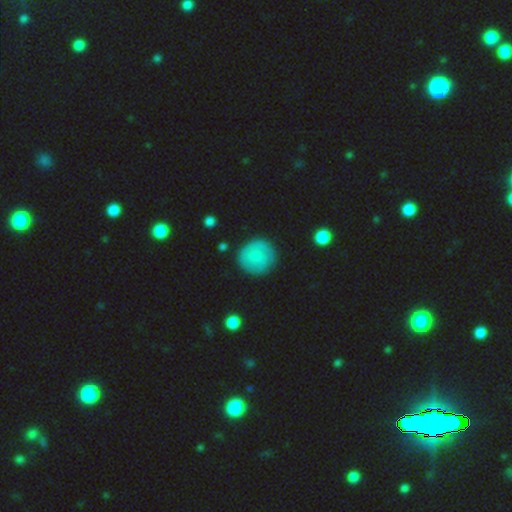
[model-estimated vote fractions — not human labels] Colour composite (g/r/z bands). It shows a smooth galaxy with no disk features (70%) that is round (92%). Merging: none (82%).